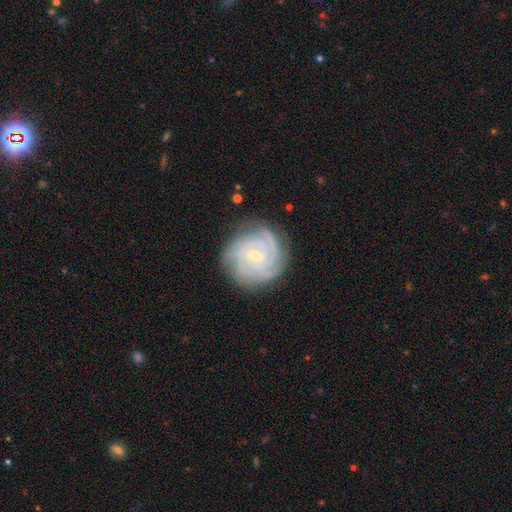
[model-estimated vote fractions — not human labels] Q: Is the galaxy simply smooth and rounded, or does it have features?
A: featured or disk — 85%.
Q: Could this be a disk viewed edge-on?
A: no — 98%.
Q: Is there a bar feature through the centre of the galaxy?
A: no — 68%.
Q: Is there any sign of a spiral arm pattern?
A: yes — 97%.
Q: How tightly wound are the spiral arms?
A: tight — 79%.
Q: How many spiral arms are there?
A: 4 — 31%.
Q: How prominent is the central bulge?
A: small — 66%.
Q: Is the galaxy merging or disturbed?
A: none — 80%.